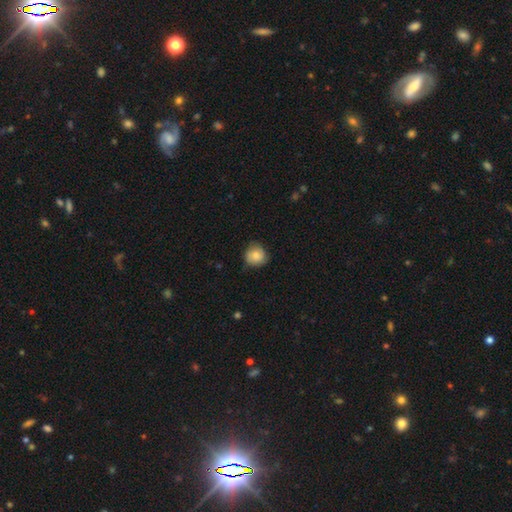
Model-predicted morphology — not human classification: smooth-or-featured: smooth: 79% | featured or disk: 13% | star or artifact: 7%
  how-rounded: round: 85% | in between: 14% | cigar-shaped: 1%
  merging: none: 72% | minor disturbance: 23% | major disturbance: 4% | merger: 1%